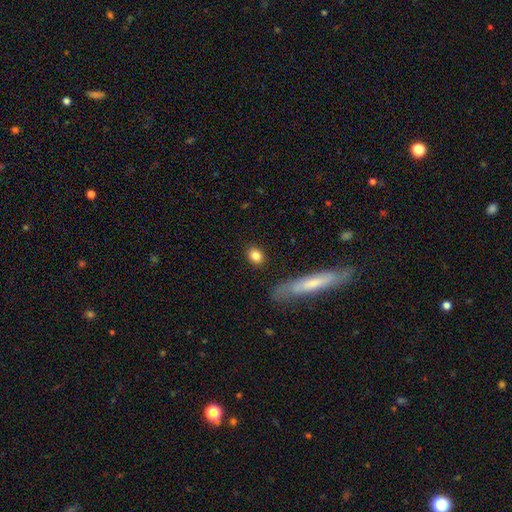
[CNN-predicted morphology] type=smooth (83%); roundness=in between (51%); merging=none (86%).